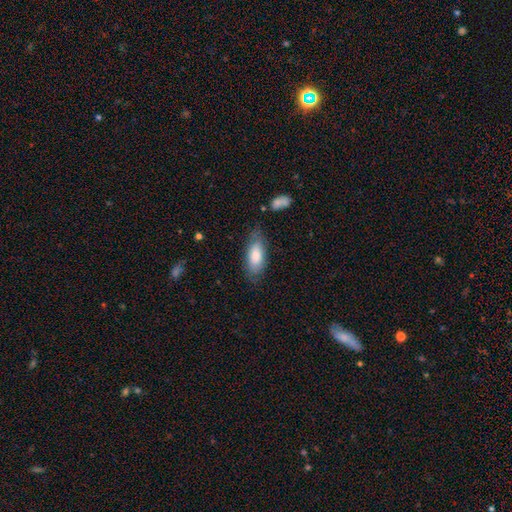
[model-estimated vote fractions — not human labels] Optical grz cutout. It shows a smooth galaxy with no disk features (80%) that is in between round and cigar-shaped (82%). Merging: none (72%).